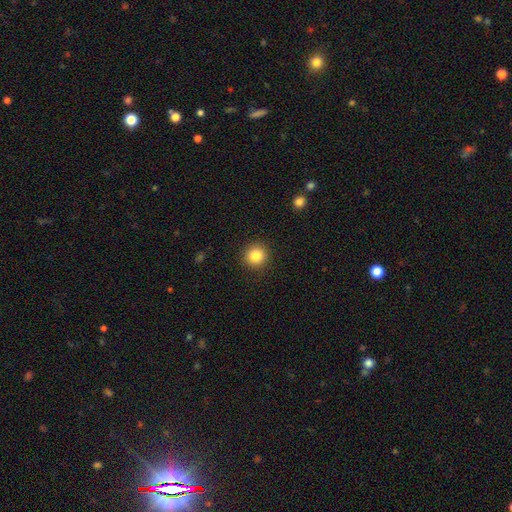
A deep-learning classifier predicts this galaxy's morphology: This appears to be a smooth galaxy with no disk features (84%) that is round (93%). Merging: none (92%).